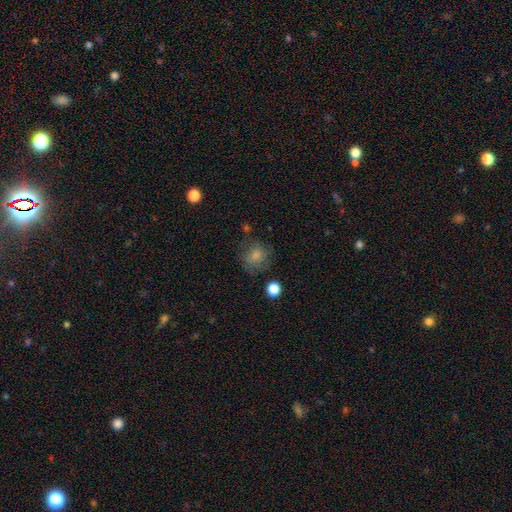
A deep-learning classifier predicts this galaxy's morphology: This is likely a smooth galaxy (79%). How rounded: likely round (79%). Merging: likely none (67%).